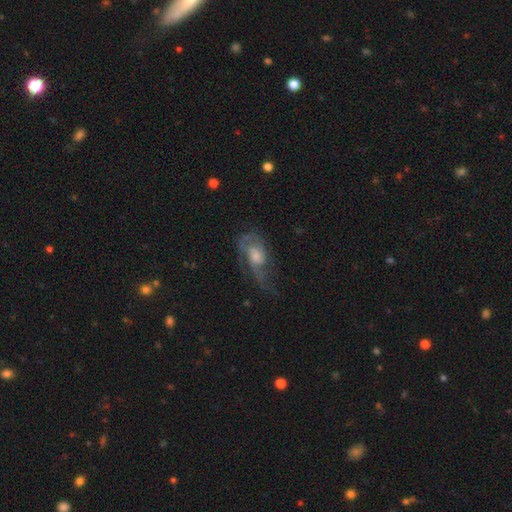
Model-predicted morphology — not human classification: The model was most divided on "bulge size": moderate: 45%, small: 37%, large: 10%, none: 6%, dominant: 2%. Remaining: edge-on disk — no (94%); spiral arms — yes (87%); smooth or featured — featured or disk (74%); bar — no (70%); spiral arm count — 2 (52%); merging — none (45%); spiral winding — medium (44%).